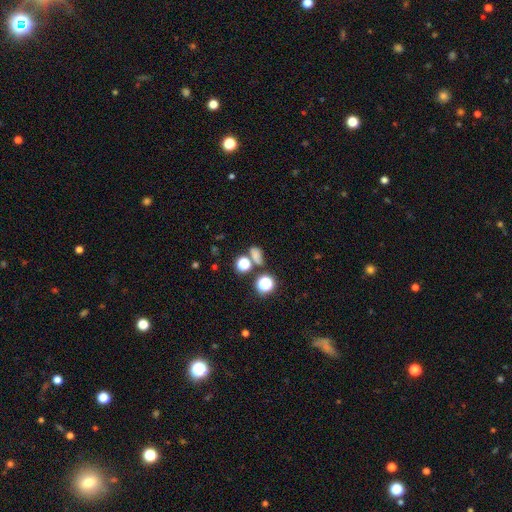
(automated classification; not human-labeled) A smooth galaxy with no disk features (61%) that is in between round and cigar-shaped (56%). Merging: none (54%).